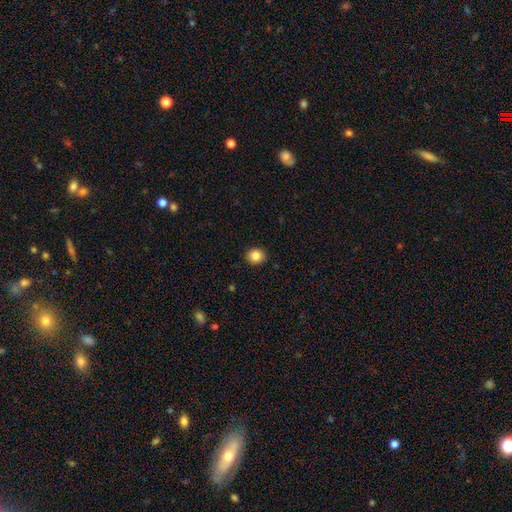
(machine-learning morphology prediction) Smooth or featured: smooth — 85% (star or artifact — 10%)
How rounded: round — 82% (in between — 17%)
Merging: none — 92% (minor disturbance — 6%)